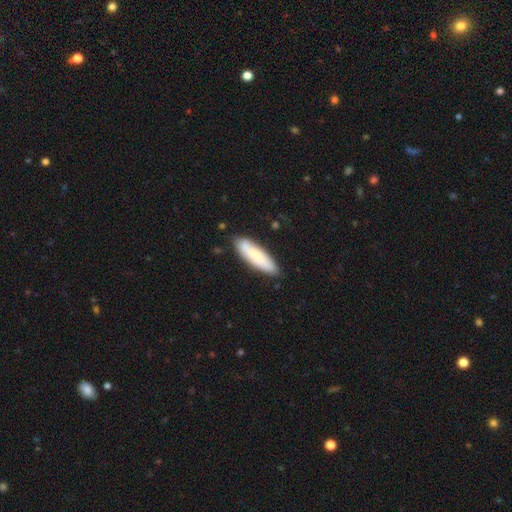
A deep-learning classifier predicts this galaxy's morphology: Overall: smooth (75%). How rounded: cigar-shaped (58%; in between 40%). Merging: none (80%).